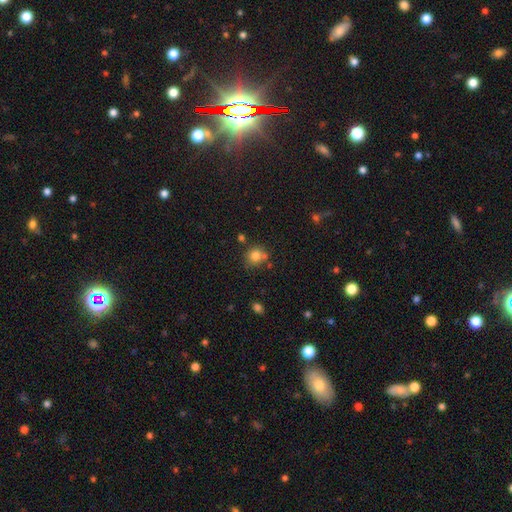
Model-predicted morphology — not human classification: smooth-or-featured: smooth: 79% | star or artifact: 13% | featured or disk: 8%
  how-rounded: round: 85% | in between: 14% | cigar-shaped: 1%
  merging: none: 65% | merger: 17% | minor disturbance: 14% | major disturbance: 4%